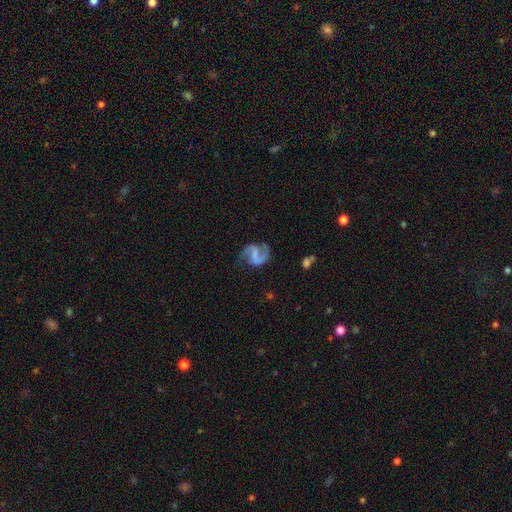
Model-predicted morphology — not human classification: A featured or disk galaxy (89%) with a weak bar (45%), 2 (92%) medium (53%) spiral arms (97%) and no central bulge (58%).

Vote fractions:
- Smooth or featured? featured or disk: 89% / smooth: 6% / star or artifact: 5%
- Edge-on disk? no: 98% / yes: 2%
- Bar? weak: 45% / strong: 29% / no: 25%
- Spiral arms? yes: 97% / no: 3%
- Spiral winding? medium: 53% / loose: 33% / tight: 13%
- Spiral arm count? 2: 92% / 1: 3% / can't tell: 2% / 3: 1% / 4: 1% / more than 4: 1%
- Bulge size? none: 58% / small: 27% / moderate: 11% / large: 2% / dominant: 1%
- Merging? none: 75% / minor disturbance: 16% / major disturbance: 8% / merger: 2%